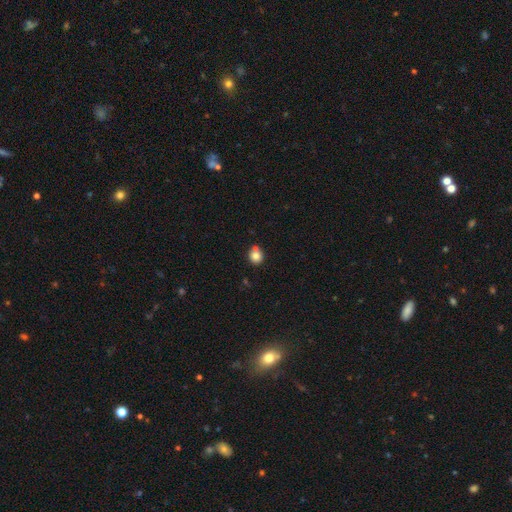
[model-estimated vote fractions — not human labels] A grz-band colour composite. It shows a smooth galaxy with no disk features (81%) that is round (82%). Merging: none (65%).